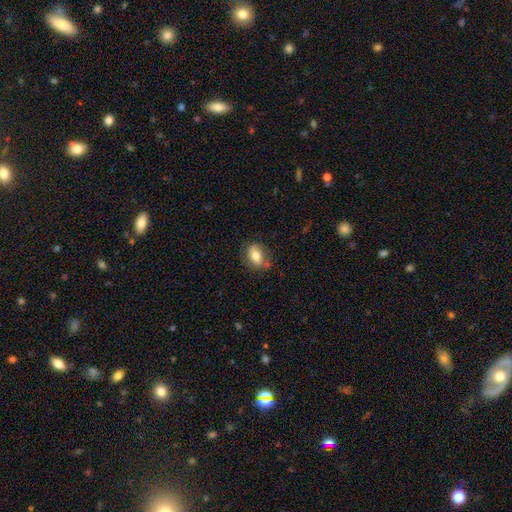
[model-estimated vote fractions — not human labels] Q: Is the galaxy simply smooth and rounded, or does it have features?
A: smooth — 66%.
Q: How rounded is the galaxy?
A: in between — 78%.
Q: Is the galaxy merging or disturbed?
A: none — 72%.